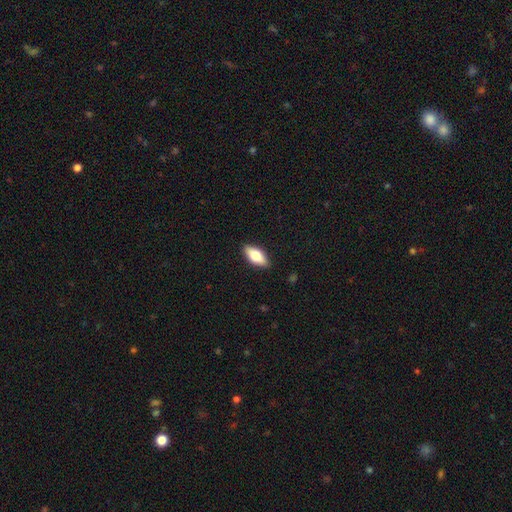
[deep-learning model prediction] The model was most divided on "smooth or featured": smooth: 71%, featured or disk: 23%, star or artifact: 6%. More confident: merging — none (88%); how rounded — in between (83%).